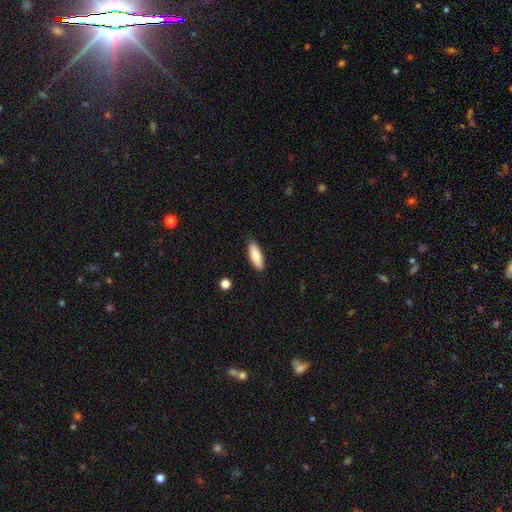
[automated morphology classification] Smooth or featured? smooth (83%)
How rounded? in between (68%)
Merging? none (88%)